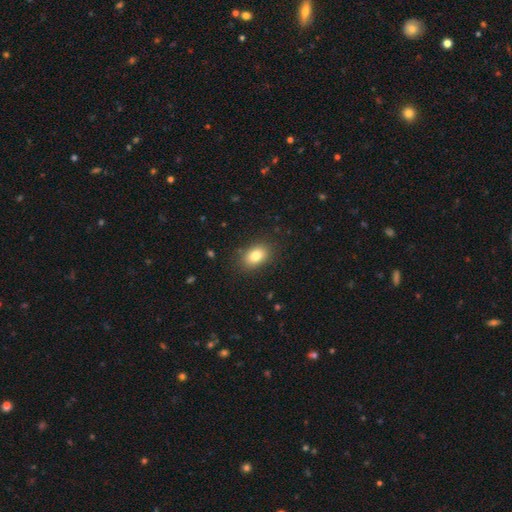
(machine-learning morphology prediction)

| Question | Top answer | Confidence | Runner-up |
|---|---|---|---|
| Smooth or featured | smooth | 82% | star or artifact (9%) |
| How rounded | in between | 78% | round (21%) |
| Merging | none | 86% | minor disturbance (10%) |